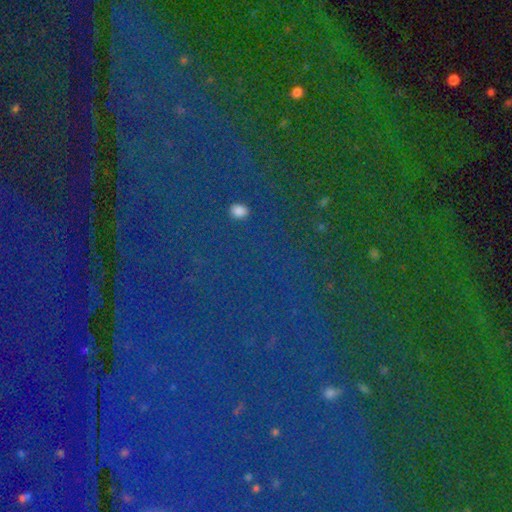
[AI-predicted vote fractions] Smooth or featured?
  - star or artifact: 84% *
  - smooth: 9%
  - featured or disk: 7%